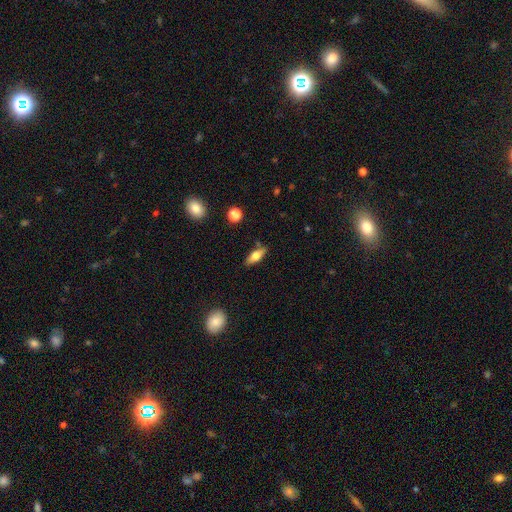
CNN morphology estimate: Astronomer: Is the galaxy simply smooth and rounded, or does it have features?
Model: smooth — 62%.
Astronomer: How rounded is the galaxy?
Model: in between — 65%.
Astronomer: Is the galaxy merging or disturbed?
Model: none — 83%.